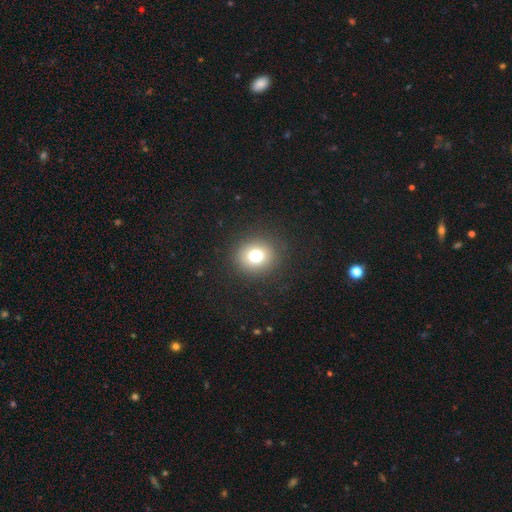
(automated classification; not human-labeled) A smooth galaxy with no disk features (76%) that is round (82%). Merging: none (89%).